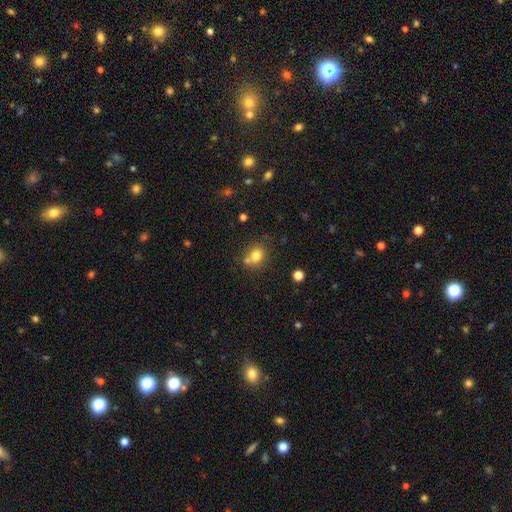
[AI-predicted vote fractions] This is likely a smooth galaxy (77%). How rounded: likely round (70%). Merging: possibly none (57%).